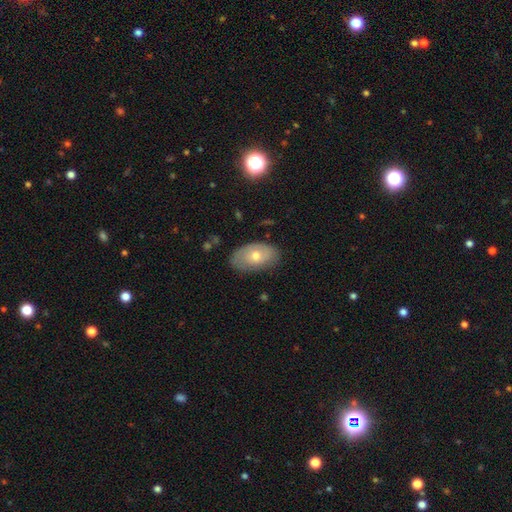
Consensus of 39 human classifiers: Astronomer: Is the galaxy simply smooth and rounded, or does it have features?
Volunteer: smooth — 56% (runner-up: featured or disk, 33%).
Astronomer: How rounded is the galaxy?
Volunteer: in between — 100%.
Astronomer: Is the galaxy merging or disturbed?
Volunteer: none — 91%.